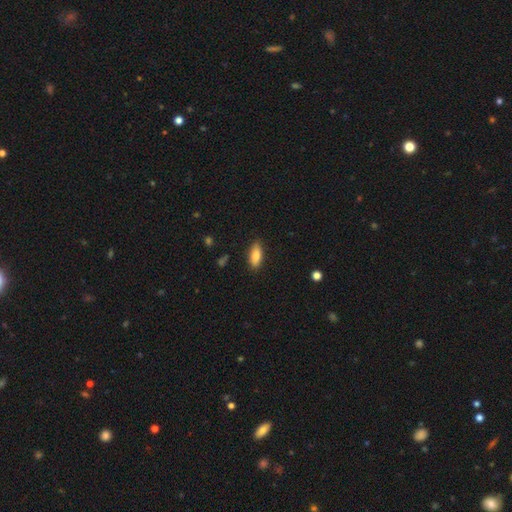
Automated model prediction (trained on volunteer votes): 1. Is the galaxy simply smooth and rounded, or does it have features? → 84% smooth, 10% featured or disk, 7% star or artifact.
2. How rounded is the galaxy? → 78% in between, 20% cigar-shaped, 2% round.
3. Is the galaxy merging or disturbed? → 87% none, 10% minor disturbance, 2% major disturbance, 1% merger.